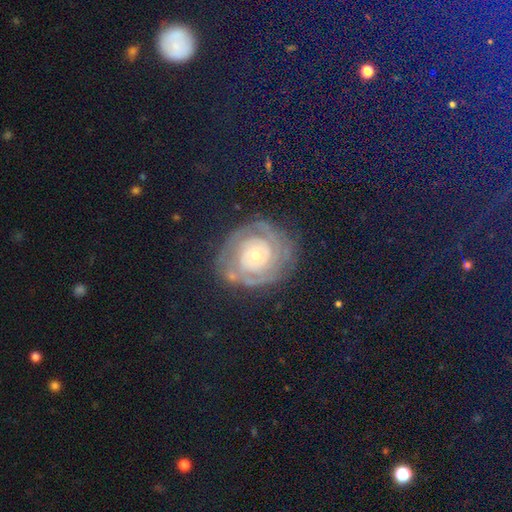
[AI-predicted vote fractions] Q: Smooth or featured?
A: featured or disk (76%); runner-up: smooth (14%)
Q: Edge-on disk?
A: no (97%); runner-up: yes (3%)
Q: Bar?
A: no (85%); runner-up: weak (11%)
Q: Spiral arms?
A: yes (83%); runner-up: no (17%)
Q: Spiral winding?
A: tight (78%); runner-up: medium (16%)
Q: Spiral arm count?
A: can't tell (40%); runner-up: 2 (30%)
Q: Bulge size?
A: small (71%); runner-up: moderate (23%)
Q: Merging?
A: none (73%); runner-up: minor disturbance (16%)